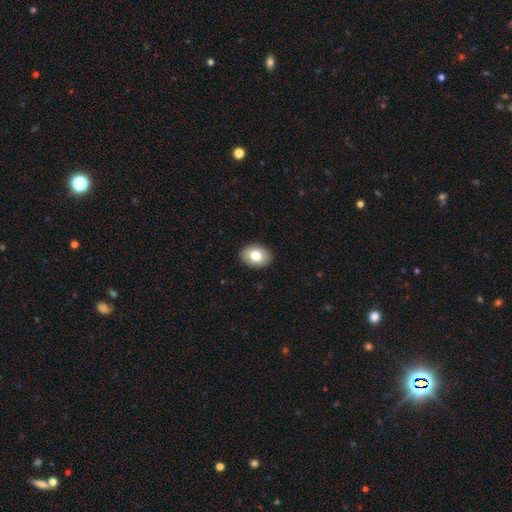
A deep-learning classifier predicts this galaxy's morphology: Smooth or featured: smooth — 79% (featured or disk — 14%)
How rounded: in between — 71% (round — 28%)
Merging: none — 91% (minor disturbance — 7%)